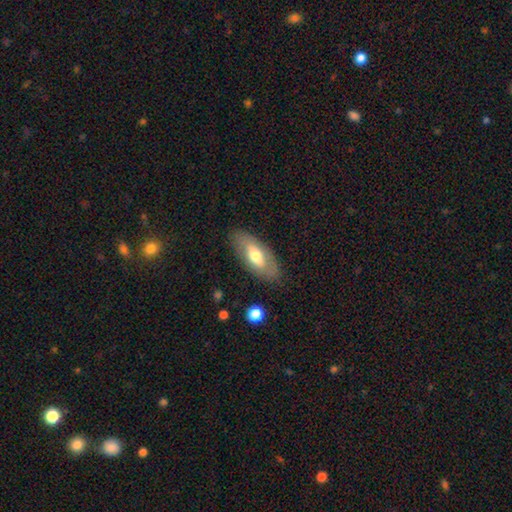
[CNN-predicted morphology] smooth-or-featured: smooth: 56% | featured or disk: 38% | star or artifact: 6%
  how-rounded: in between: 85% | cigar-shaped: 12% | round: 3%
  merging: none: 81% | minor disturbance: 13% | major disturbance: 4% | merger: 1%